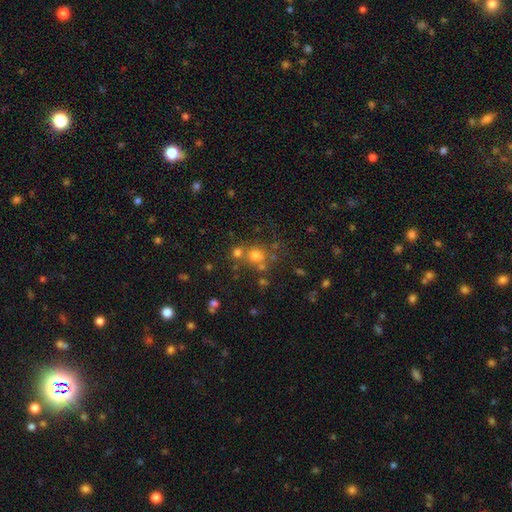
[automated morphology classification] Smooth or featured? Predicted: smooth (p=0.68). How rounded? Predicted: round (p=0.83). Merging? Predicted: none (p=0.57).